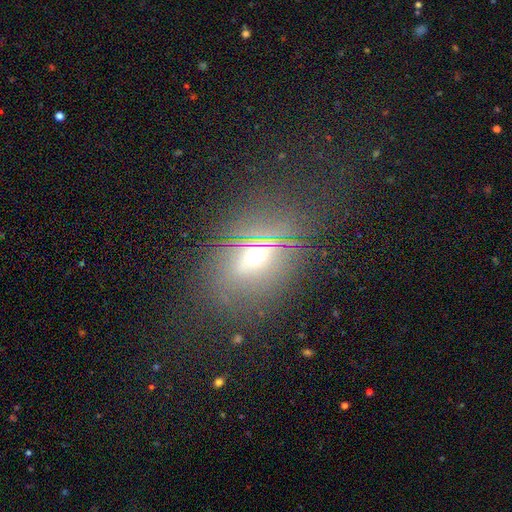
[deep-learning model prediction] Morphology: type=smooth (48%); merging=none (77%).